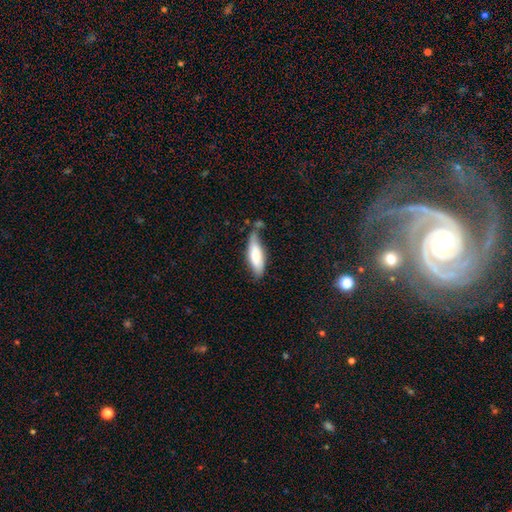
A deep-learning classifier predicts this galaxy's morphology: Smooth or featured? smooth (76%)
How rounded? in between (53%)
Merging? none (51%)